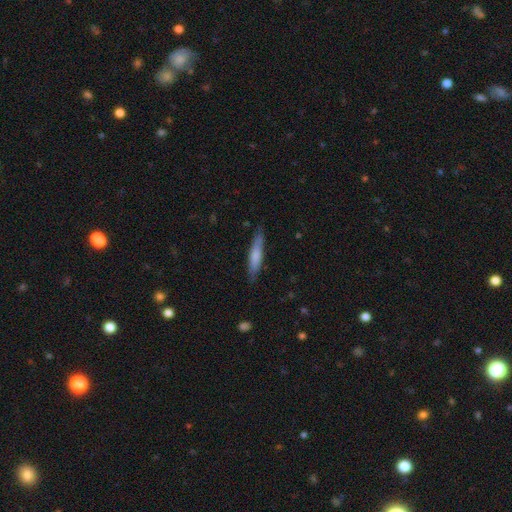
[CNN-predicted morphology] A smooth galaxy with no disk features (70%) that is cigar-shaped (87%).

Vote fractions:
- Smooth or featured? smooth: 70% / featured or disk: 25% / star or artifact: 5%
- How rounded? cigar-shaped: 87% / in between: 12% / round: 1%
- Merging? none: 81% / minor disturbance: 15% / major disturbance: 3% / merger: 1%